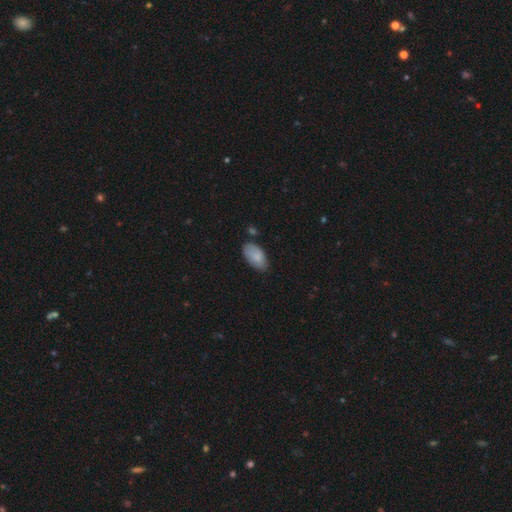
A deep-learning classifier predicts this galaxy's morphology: Smooth or featured? smooth (83%)
How rounded? in between (95%)
Merging? none (71%)